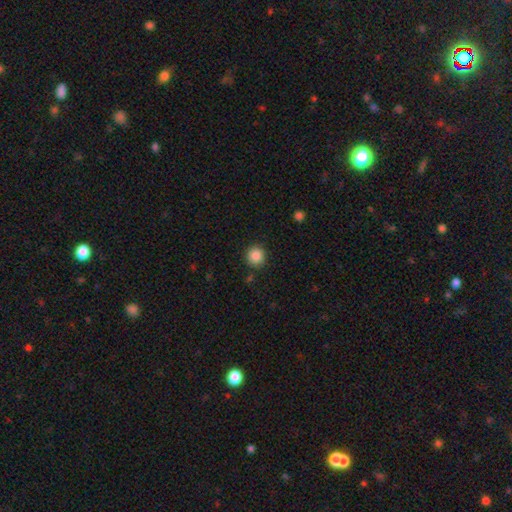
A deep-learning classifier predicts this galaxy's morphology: This appears to be a smooth galaxy with no disk features (87%) that is round (93%). Merging: none (90%).